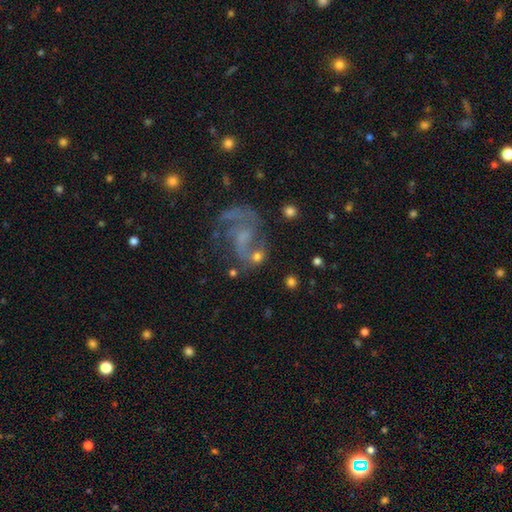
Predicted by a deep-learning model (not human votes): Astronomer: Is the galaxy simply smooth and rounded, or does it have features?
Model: featured or disk — 73%.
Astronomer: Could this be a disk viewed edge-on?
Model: no — 98%.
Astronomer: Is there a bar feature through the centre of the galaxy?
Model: no — 51% (runner-up: weak, 39%).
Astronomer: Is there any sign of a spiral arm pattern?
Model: yes — 85%.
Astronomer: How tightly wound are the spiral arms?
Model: medium — 45% (runner-up: loose, 43%).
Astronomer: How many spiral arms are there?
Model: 2 — 67%.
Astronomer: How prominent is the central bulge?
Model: small — 36% (runner-up: none, 34%).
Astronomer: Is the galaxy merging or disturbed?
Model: none — 44% (runner-up: major disturbance, 26%).